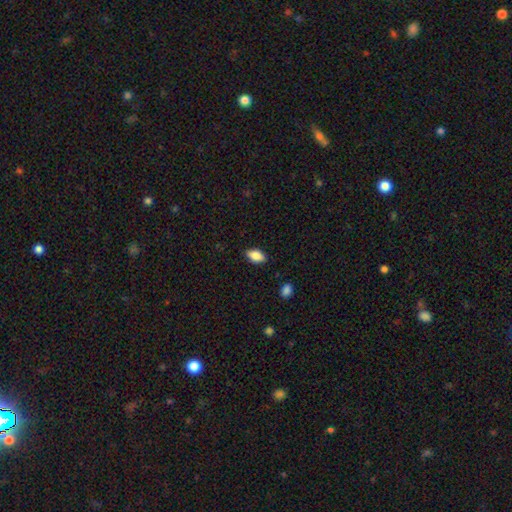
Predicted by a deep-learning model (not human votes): Smooth or featured: smooth — 84% (featured or disk — 8%)
How rounded: in between — 90% (round — 5%)
Merging: none — 83% (minor disturbance — 13%)